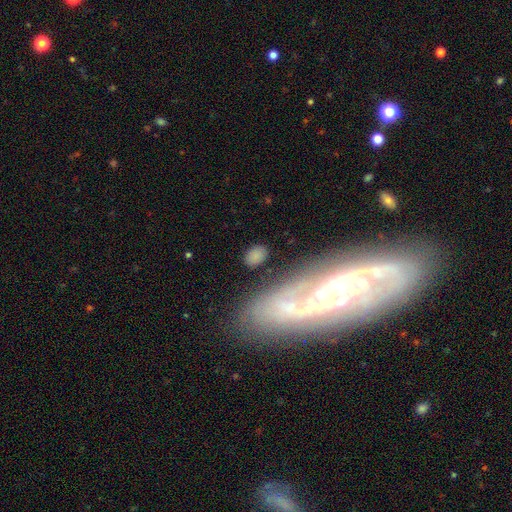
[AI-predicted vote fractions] A smooth galaxy with no disk features (80%) that is in between round and cigar-shaped (81%).

Vote fractions:
- Smooth or featured? smooth: 80% / featured or disk: 10% / star or artifact: 9%
- How rounded? in between: 81% / round: 17% / cigar-shaped: 2%
- Merging? none: 79% / minor disturbance: 13% / major disturbance: 5% / merger: 3%